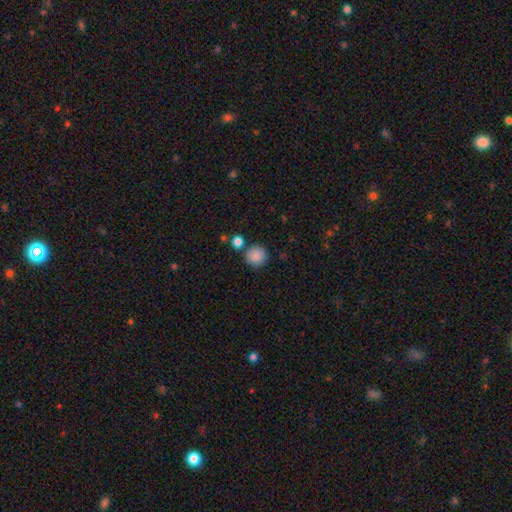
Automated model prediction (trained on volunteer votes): smooth_or_featured: smooth (p=0.87) [alt: star or artifact p=0.09]
how_rounded: round (p=0.94) [alt: in between p=0.05]
merging: none (p=0.80) [alt: merger p=0.09]